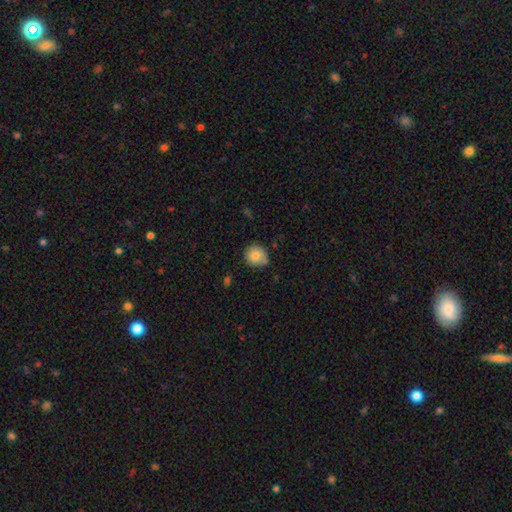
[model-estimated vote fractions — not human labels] Q: Smooth or featured?
A: smooth (82%); runner-up: featured or disk (10%)
Q: How rounded?
A: round (90%); runner-up: in between (9%)
Q: Merging?
A: none (70%); runner-up: minor disturbance (22%)